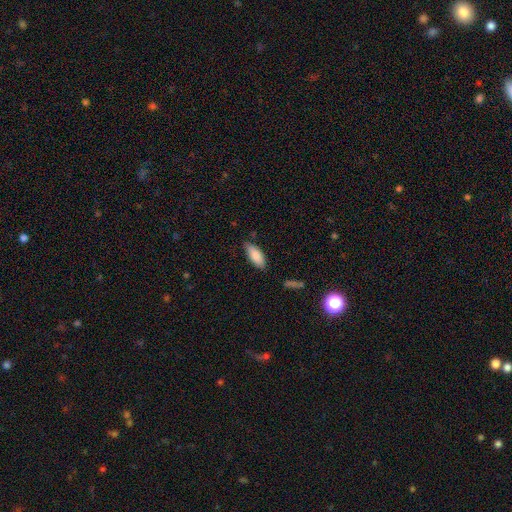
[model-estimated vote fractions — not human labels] Smooth or featured? Predicted: smooth (p=0.84). How rounded? Predicted: in between (p=0.81). Merging? Predicted: none (p=0.73).